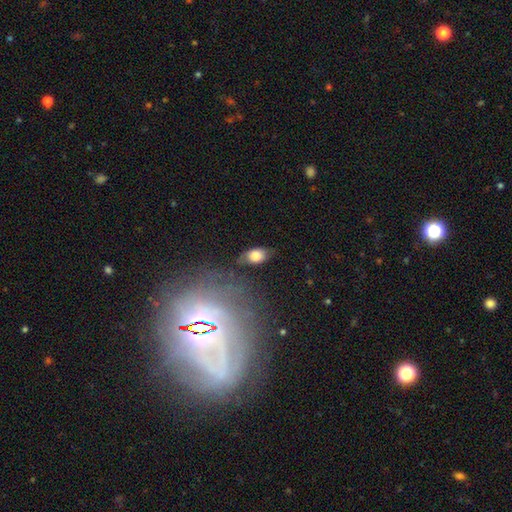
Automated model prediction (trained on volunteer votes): Smooth or featured: smooth — 78% (featured or disk — 13%)
How rounded: in between — 88% (round — 10%)
Merging: none — 72% (minor disturbance — 19%)